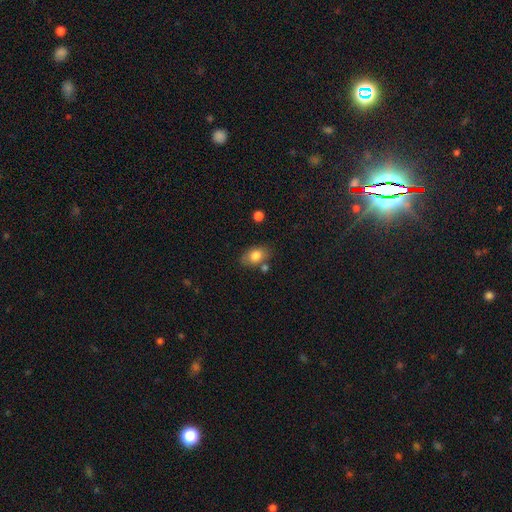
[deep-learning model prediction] Smooth or featured: smooth — 80% (featured or disk — 12%)
How rounded: in between — 81% (round — 17%)
Merging: none — 70% (minor disturbance — 16%)